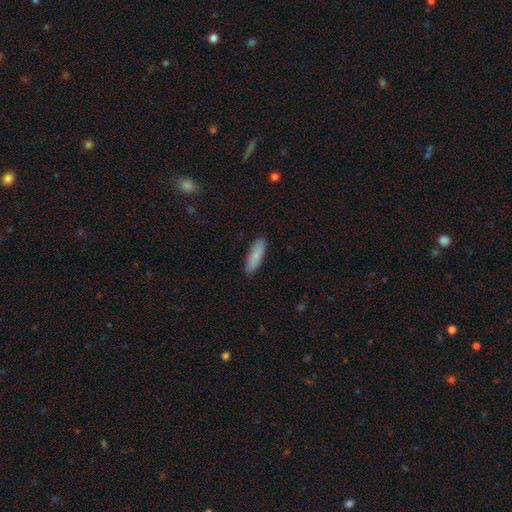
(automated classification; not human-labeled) smooth-or-featured: smooth: 86% | featured or disk: 8% | star or artifact: 6%
  how-rounded: cigar-shaped: 52% | in between: 47% | round: 2%
  merging: none: 88% | minor disturbance: 9% | major disturbance: 2% | merger: 1%